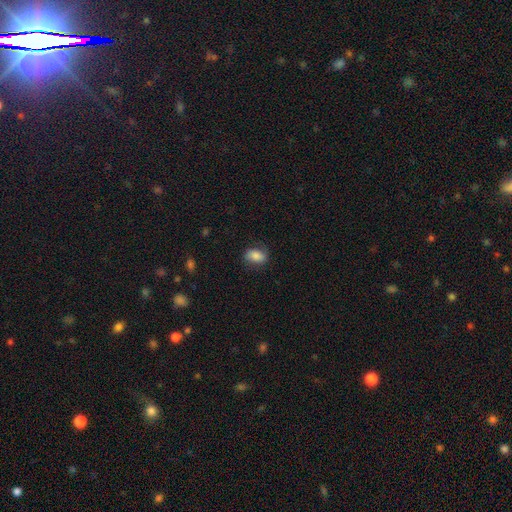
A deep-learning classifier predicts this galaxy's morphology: This is likely a smooth galaxy (77%). How rounded: clearly in between (84%). Merging: likely none (74%).